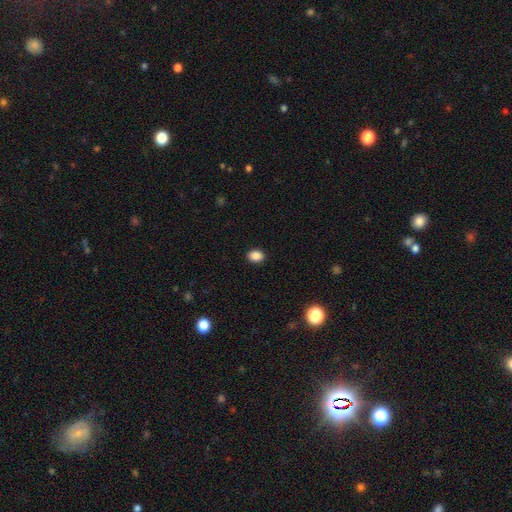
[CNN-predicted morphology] Smooth or featured?
  - smooth: 87% *
  - star or artifact: 9%
  - featured or disk: 3%
How rounded?
  - in between: 63% *
  - round: 36%
  - cigar-shaped: 1%
Merging?
  - none: 91% *
  - minor disturbance: 6%
  - major disturbance: 2%
  - merger: 1%